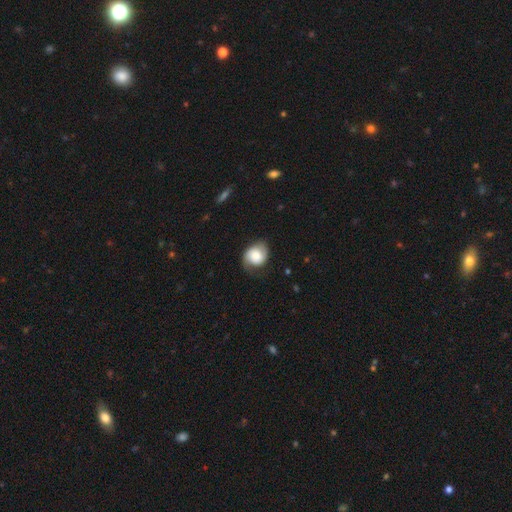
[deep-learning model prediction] Q: Smooth or featured?
A: smooth (47%); runner-up: featured or disk (45%)
Q: Merging?
A: none (60%); runner-up: minor disturbance (26%)